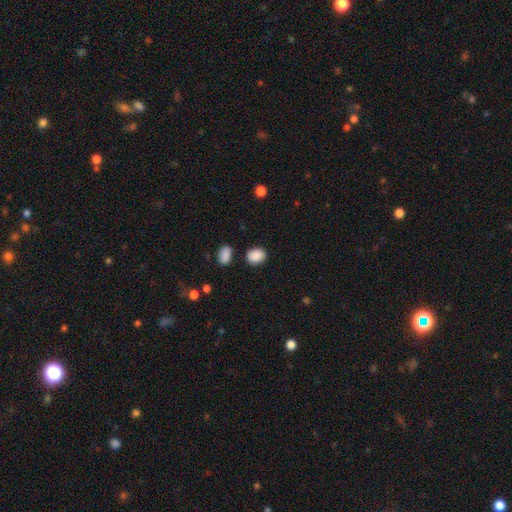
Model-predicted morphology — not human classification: smooth 89%, star or artifact 8%, featured or disk 3%. Down the decision tree: how rounded — in between (60%); merging — none (84%).